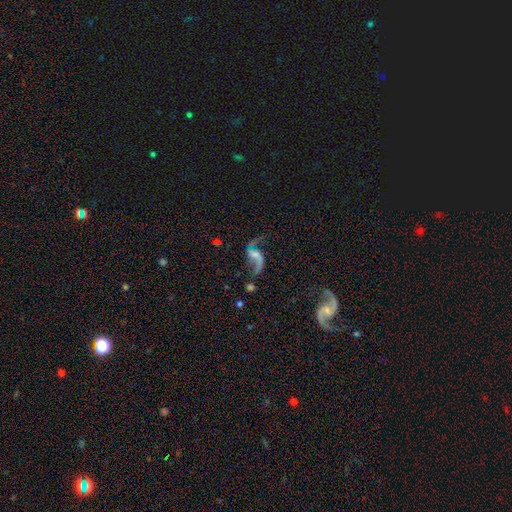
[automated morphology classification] smooth_or_featured: featured or disk (p=0.76) [alt: smooth p=0.14]
disk_edge_on: no (p=0.96) [alt: yes p=0.04]
bar: no (p=0.43) [alt: weak p=0.39]
has_spiral_arms: yes (p=0.88) [alt: no p=0.12]
spiral_winding: loose (p=0.86) [alt: medium p=0.11]
spiral_arm_count: 2 (p=0.80) [alt: 1 p=0.15]
bulge_size: none (p=0.48) [alt: small p=0.30]
merging: none (p=0.42) [alt: major disturbance p=0.32]